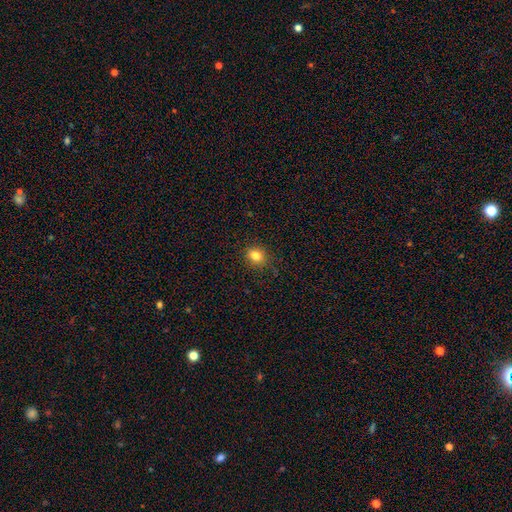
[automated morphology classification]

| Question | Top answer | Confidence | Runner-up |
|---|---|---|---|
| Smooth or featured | smooth | 82% | star or artifact (12%) |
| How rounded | round | 67% | in between (32%) |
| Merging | none | 87% | minor disturbance (9%) |